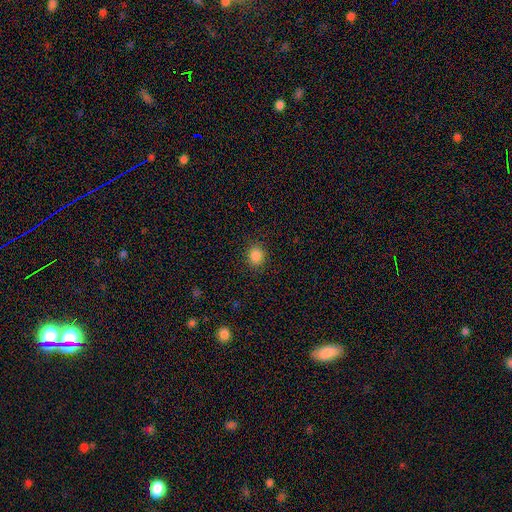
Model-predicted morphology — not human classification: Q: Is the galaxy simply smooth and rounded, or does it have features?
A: smooth — 85%.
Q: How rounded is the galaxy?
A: round — 76%.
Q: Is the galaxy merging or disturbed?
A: none — 89%.